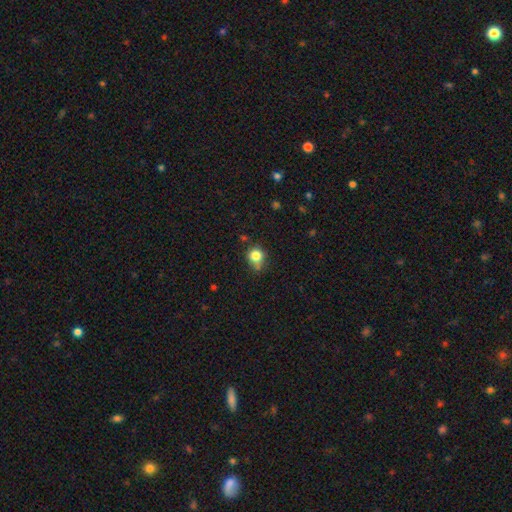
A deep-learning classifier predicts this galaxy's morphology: A smooth galaxy with no disk features (81%) that is round (78%).

Vote fractions:
- Smooth or featured? smooth: 81% / star or artifact: 11% / featured or disk: 8%
- How rounded? round: 78% / in between: 21% / cigar-shaped: 1%
- Merging? none: 52% / minor disturbance: 31% / major disturbance: 9% / merger: 8%